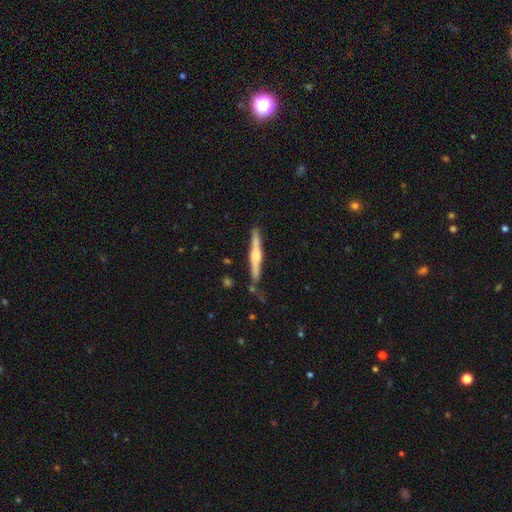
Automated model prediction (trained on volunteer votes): A featured or disk galaxy (66%) viewed edge-on (97%) with a rounded central bulge (80%).

Vote fractions:
- Smooth or featured? featured or disk: 66% / smooth: 29% / star or artifact: 5%
- Edge-on disk? yes: 97% / no: 3%
- Edge-on bulge? rounded: 80% / boxy: 13% / none: 7%
- Merging? none: 81% / minor disturbance: 12% / merger: 4% / major disturbance: 2%